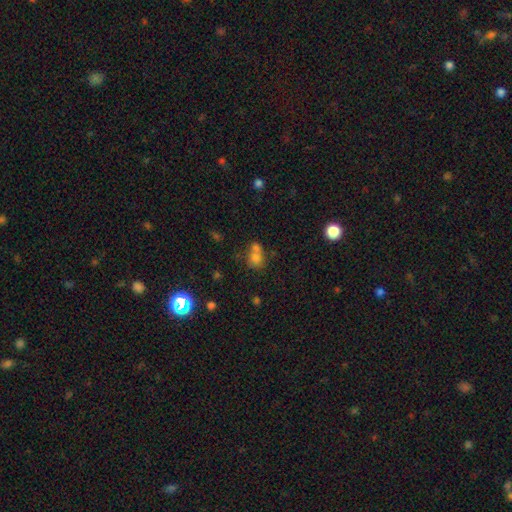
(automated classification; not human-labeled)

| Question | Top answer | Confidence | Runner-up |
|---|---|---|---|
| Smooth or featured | smooth | 72% | star or artifact (16%) |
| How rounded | round | 65% | in between (34%) |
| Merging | merger | 52% | none (33%) |